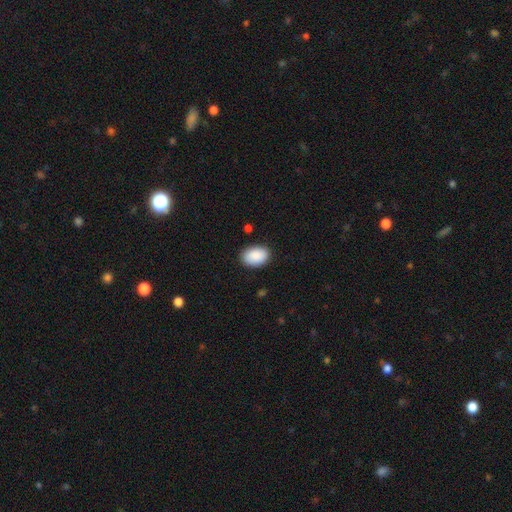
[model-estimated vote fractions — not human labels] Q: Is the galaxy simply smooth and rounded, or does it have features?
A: smooth — 91%.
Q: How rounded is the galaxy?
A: in between — 88%.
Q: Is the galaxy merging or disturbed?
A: none — 88%.